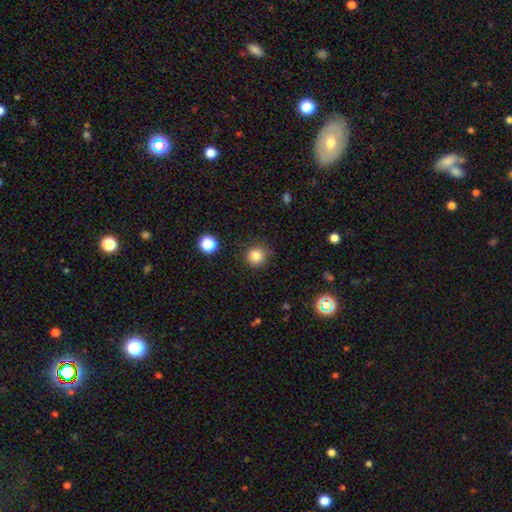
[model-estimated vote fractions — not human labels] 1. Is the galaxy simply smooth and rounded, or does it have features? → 83% smooth, 12% star or artifact, 5% featured or disk.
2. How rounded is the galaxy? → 93% round, 6% in between, 1% cigar-shaped.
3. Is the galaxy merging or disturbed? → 88% none, 8% minor disturbance, 2% major disturbance, 2% merger.